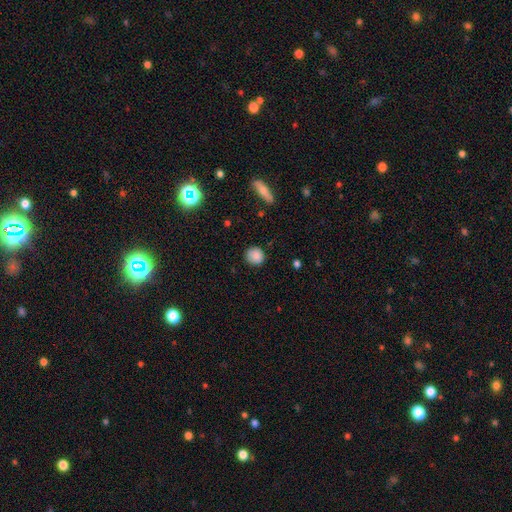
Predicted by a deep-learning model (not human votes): Smooth or featured? Predicted: smooth (p=0.85). How rounded? Predicted: round (p=0.91). Merging? Predicted: none (p=0.86).